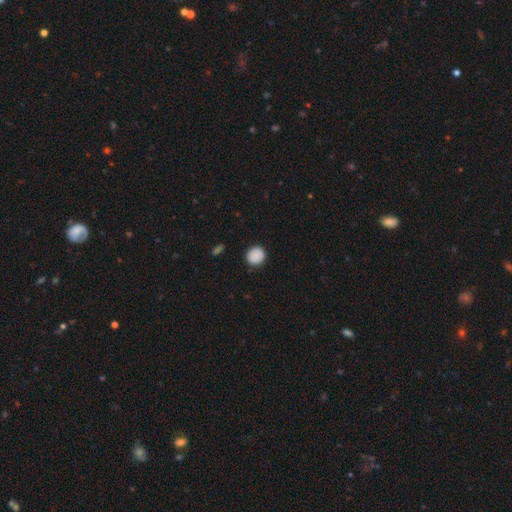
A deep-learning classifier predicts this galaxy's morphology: type=smooth (89%); roundness=round (91%); merging=none (89%).